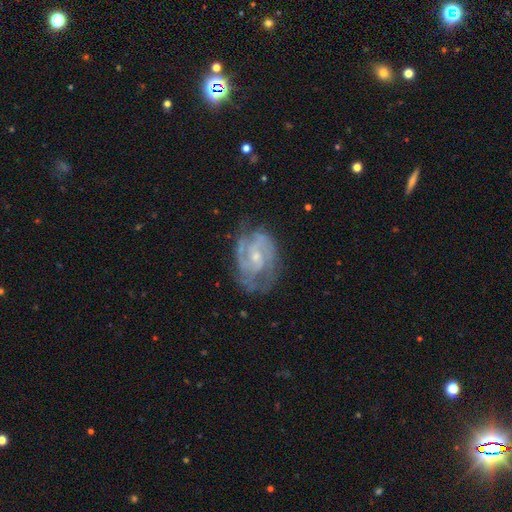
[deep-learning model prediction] Overall: featured or disk (85%). Edge-on disk: no (97%). Bar: no (53%; weak 40%). Spiral arms: yes (93%). Spiral arm count: 2 (49%; can't tell 22%). Spiral winding: tight (45%; medium 44%). Bulge size: small (63%; moderate 32%). Merging: none (65%).